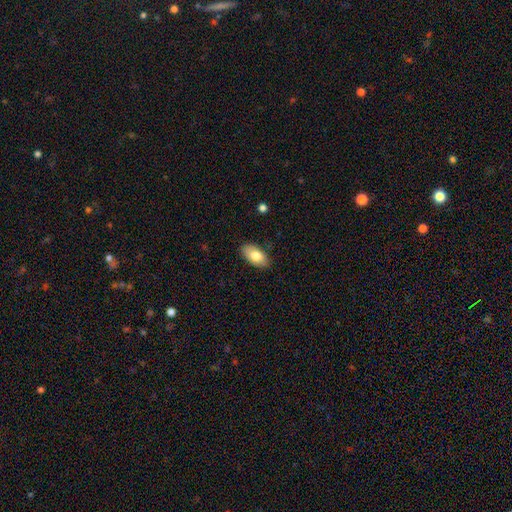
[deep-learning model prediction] smooth_or_featured: smooth (p=0.77) [alt: featured or disk p=0.16]
how_rounded: in between (p=0.94) [alt: round p=0.03]
merging: none (p=0.86) [alt: minor disturbance p=0.11]